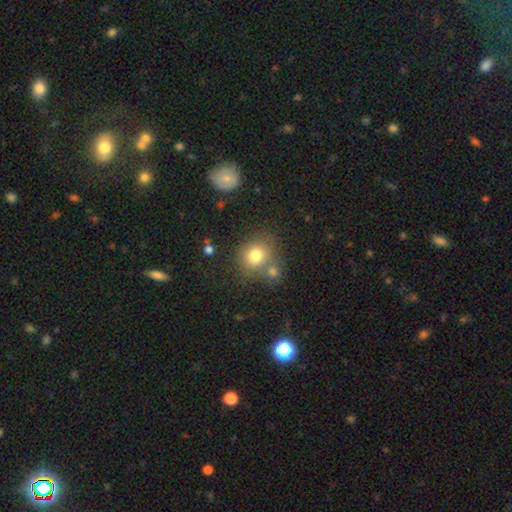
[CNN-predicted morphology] This is likely a smooth galaxy (78%). How rounded: likely round (77%). Merging: possibly none (58%).